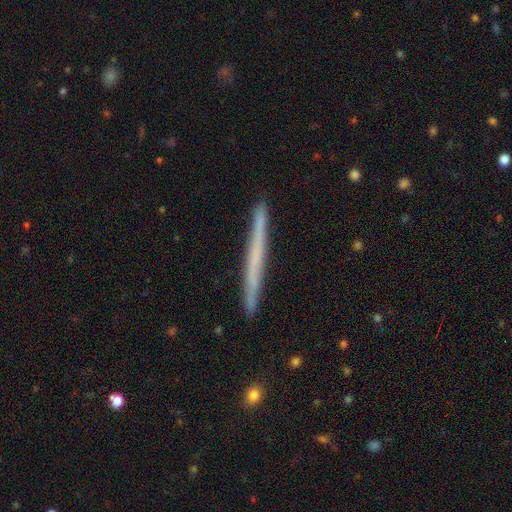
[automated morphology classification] Smooth or featured?
  - smooth: 50% *
  - featured or disk: 44%
  - star or artifact: 6%
Merging?
  - none: 92% *
  - minor disturbance: 6%
  - major disturbance: 1%
  - merger: 1%